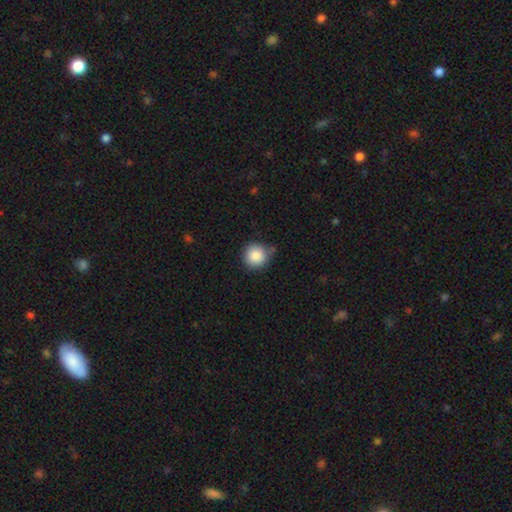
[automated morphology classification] Overall: smooth (87%). How rounded: round (92%). Merging: none (68%).